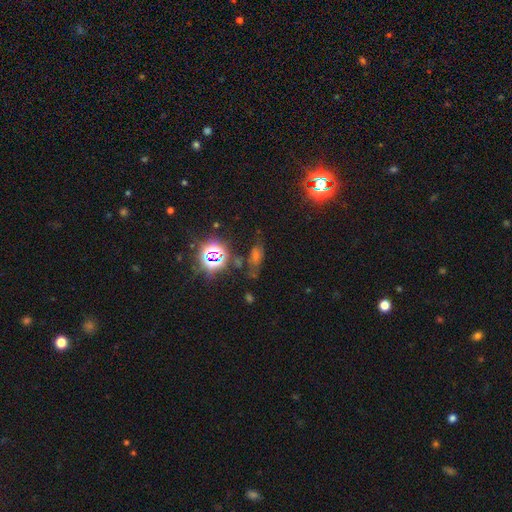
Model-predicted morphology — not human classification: star or artifact 51%, smooth 29%, featured or disk 20%.